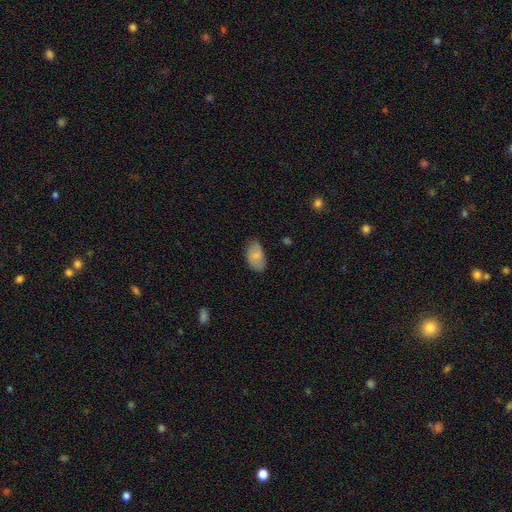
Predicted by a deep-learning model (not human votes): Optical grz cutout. It shows a smooth galaxy with no disk features (81%) that is in between round and cigar-shaped (93%). Merging: none (74%).